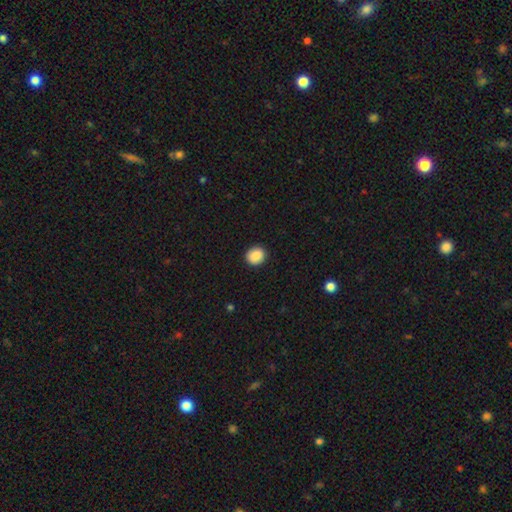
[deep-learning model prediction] This is clearly a smooth galaxy (89%). How rounded: likely round (79%). Merging: clearly none (91%).